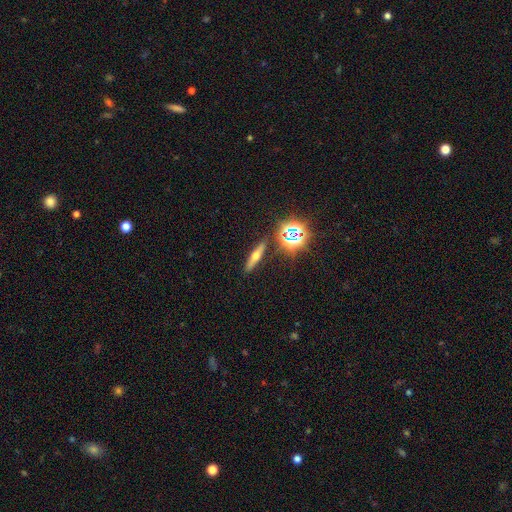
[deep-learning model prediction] Smooth or featured? featured or disk (46%)
Merging? none (88%)